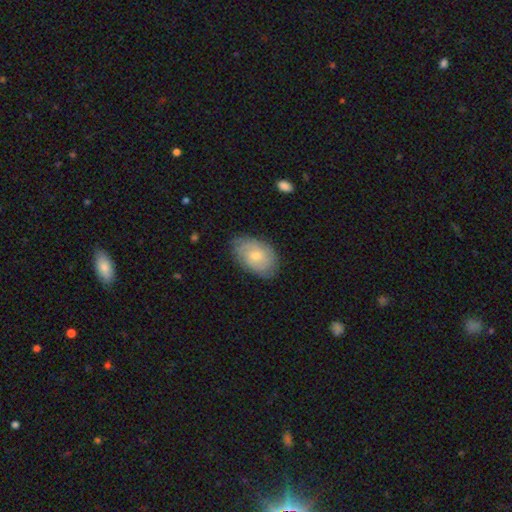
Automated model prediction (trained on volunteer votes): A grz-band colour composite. It shows a featured or disk galaxy (48%). Merging: none (78%).